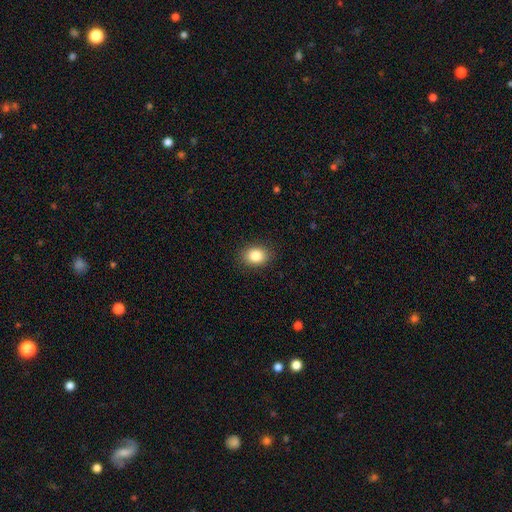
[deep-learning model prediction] smooth_or_featured: smooth (p=0.85) [alt: star or artifact p=0.09]
how_rounded: in between (p=0.60) [alt: round p=0.39]
merging: none (p=0.88) [alt: minor disturbance p=0.08]